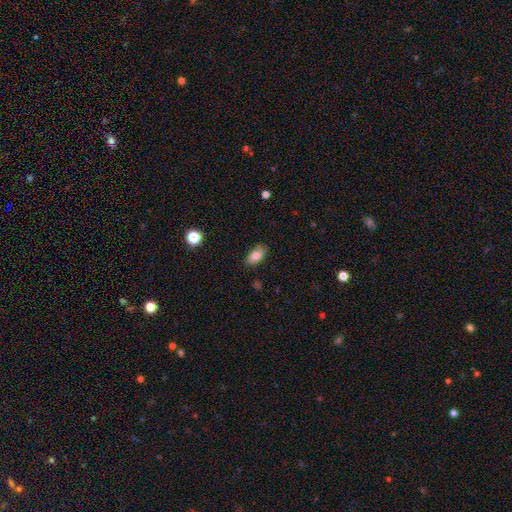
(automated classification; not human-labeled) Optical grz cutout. It shows a smooth galaxy with no disk features (82%) that is in between round and cigar-shaped (91%). Merging: none (85%).